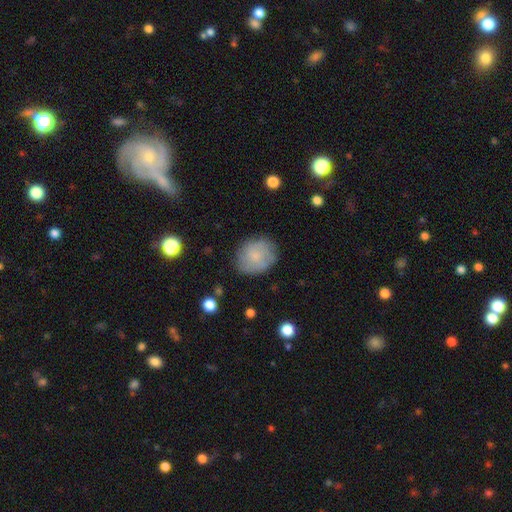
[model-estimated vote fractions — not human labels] This is likely a smooth galaxy (65%). How rounded: likely round (69%). Merging: likely none (74%).